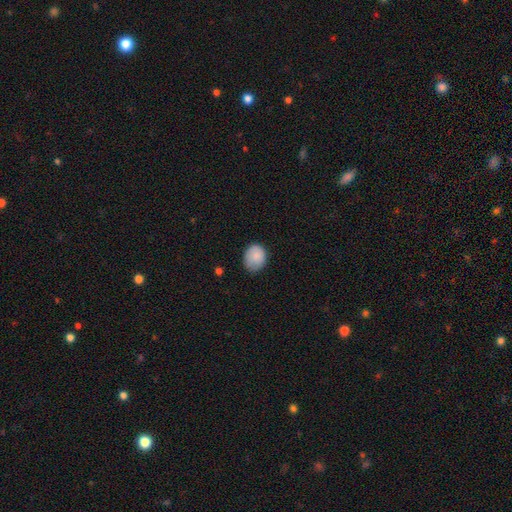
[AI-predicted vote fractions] A smooth galaxy with no disk features (85%) that is round (51%).

Vote fractions:
- Smooth or featured? smooth: 85% / star or artifact: 8% / featured or disk: 7%
- How rounded? round: 51% / in between: 48% / cigar-shaped: 1%
- Merging? none: 69% / minor disturbance: 26% / major disturbance: 5% / merger: 1%